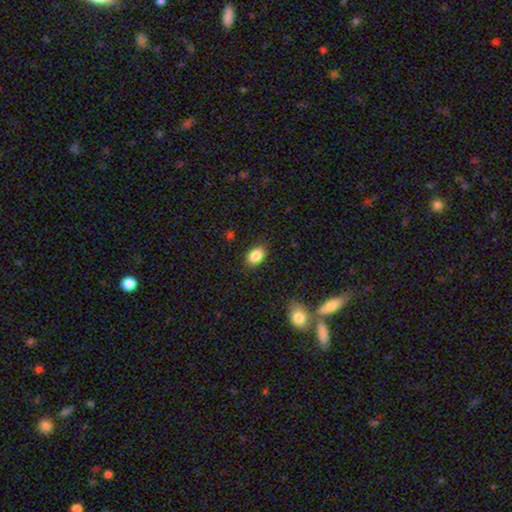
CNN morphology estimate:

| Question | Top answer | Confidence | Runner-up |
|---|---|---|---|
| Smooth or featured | smooth | 87% | star or artifact (8%) |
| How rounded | in between | 85% | round (14%) |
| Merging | none | 87% | minor disturbance (10%) |